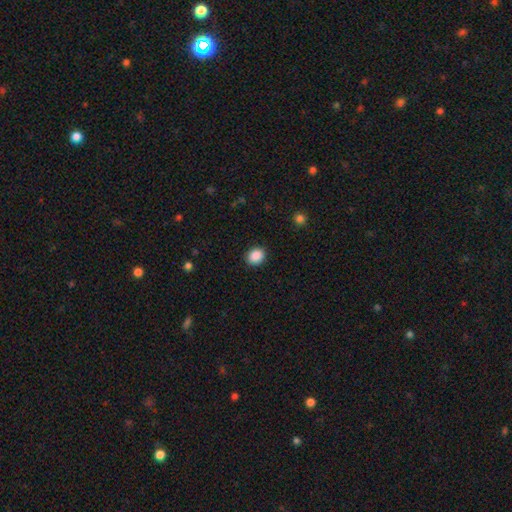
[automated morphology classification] A smooth galaxy with no disk features (89%) that is round (63%).

Vote fractions:
- Smooth or featured? smooth: 89% / star or artifact: 9% / featured or disk: 3%
- How rounded? round: 63% / in between: 36% / cigar-shaped: 1%
- Merging? none: 90% / minor disturbance: 7% / major disturbance: 2% / merger: 1%